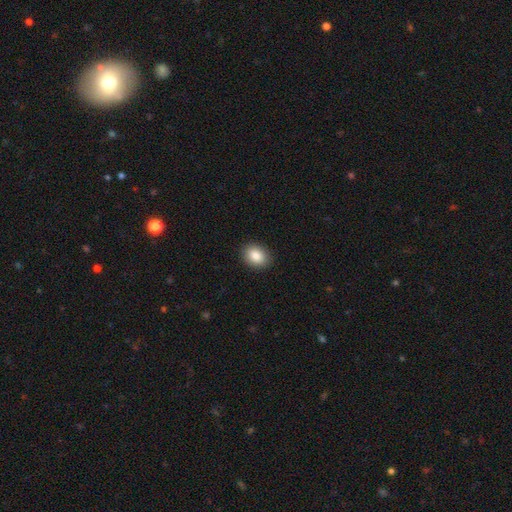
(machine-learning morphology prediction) A smooth galaxy with no disk features (86%) that is in between round and cigar-shaped (66%).

Vote fractions:
- Smooth or featured? smooth: 86% / star or artifact: 8% / featured or disk: 6%
- How rounded? in between: 66% / round: 33% / cigar-shaped: 1%
- Merging? none: 90% / minor disturbance: 7% / major disturbance: 2% / merger: 1%